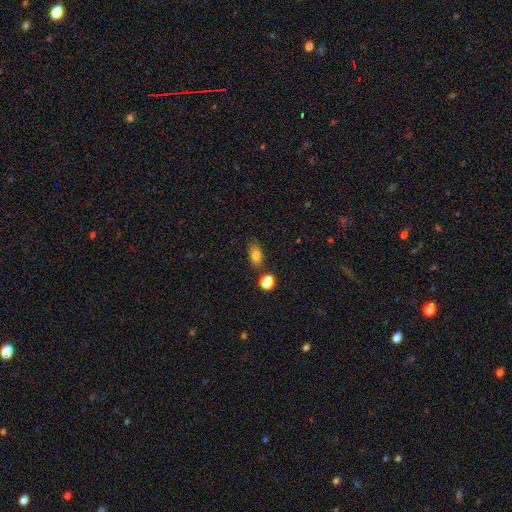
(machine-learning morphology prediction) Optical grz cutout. It shows a smooth galaxy with no disk features (79%) that is in between round and cigar-shaped (85%). Merging: none (69%).